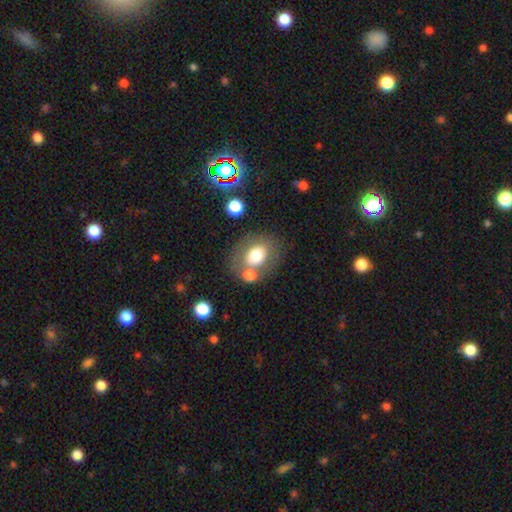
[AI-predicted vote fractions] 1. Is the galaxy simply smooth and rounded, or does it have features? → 68% smooth, 23% featured or disk, 9% star or artifact.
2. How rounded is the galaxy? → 56% in between, 43% round, 1% cigar-shaped.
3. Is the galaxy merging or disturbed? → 64% none, 17% merger, 13% minor disturbance, 6% major disturbance.